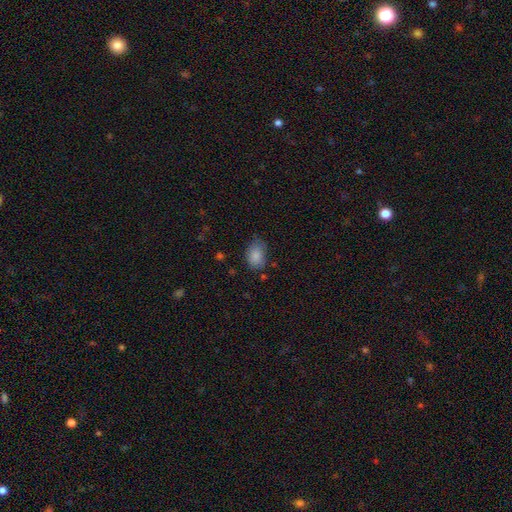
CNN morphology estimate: The model was most divided on "merging": none: 66%, minor disturbance: 26%, major disturbance: 6%, merger: 2%. More confident: smooth or featured — smooth (86%); how rounded — in between (82%).